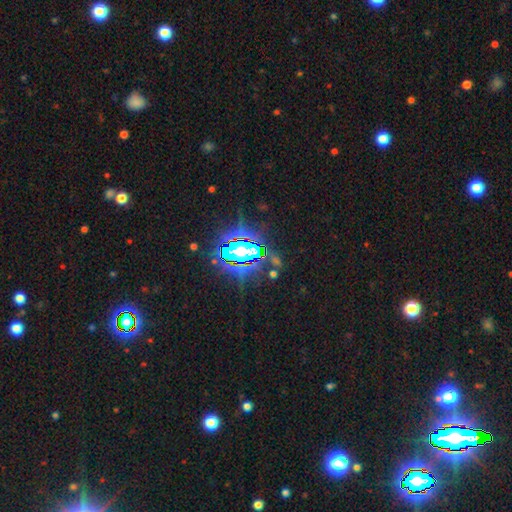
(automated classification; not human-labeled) Q: Smooth or featured?
A: star or artifact (83%); runner-up: smooth (9%)